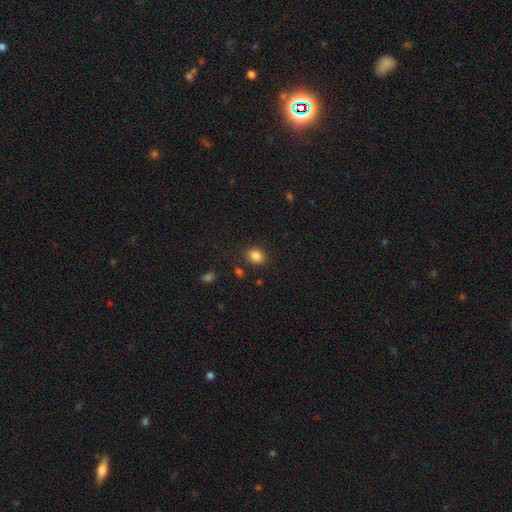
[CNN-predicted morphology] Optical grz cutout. It shows a smooth galaxy with no disk features (85%) that is in between round and cigar-shaped (54%). Merging: none (83%).